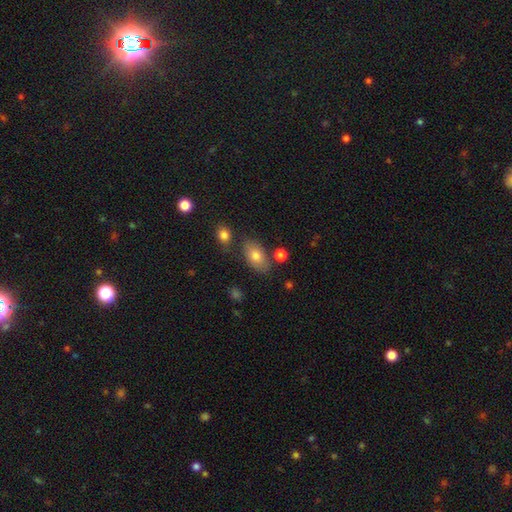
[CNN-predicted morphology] Smooth or featured? smooth (78%)
How rounded? in between (91%)
Merging? none (74%)